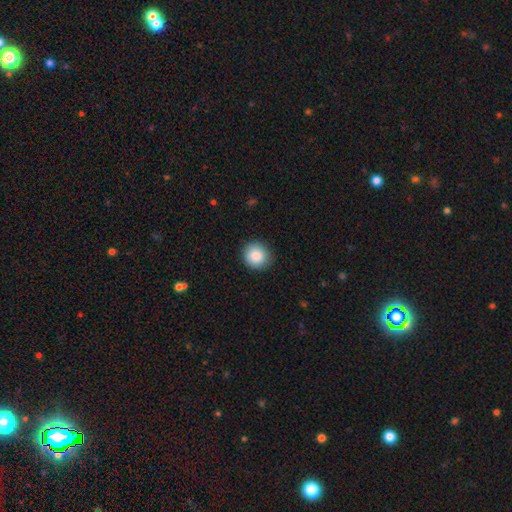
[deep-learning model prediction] Smooth or featured?
  - smooth: 88% *
  - star or artifact: 8%
  - featured or disk: 4%
How rounded?
  - round: 91% *
  - in between: 8%
  - cigar-shaped: 1%
Merging?
  - none: 89% *
  - minor disturbance: 8%
  - major disturbance: 2%
  - merger: 1%